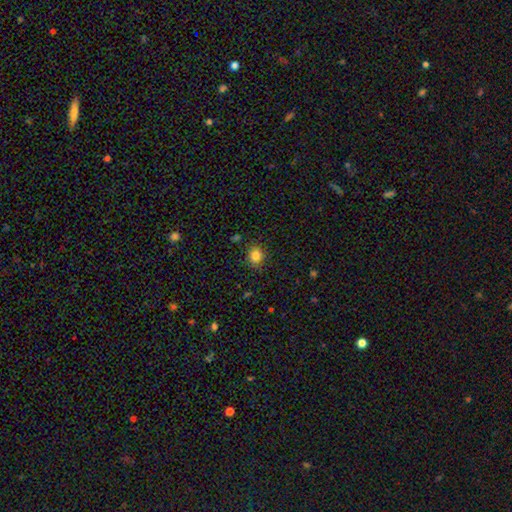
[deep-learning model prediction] Q: Smooth or featured?
A: smooth (83%); runner-up: star or artifact (12%)
Q: How rounded?
A: round (77%); runner-up: in between (23%)
Q: Merging?
A: none (87%); runner-up: minor disturbance (9%)